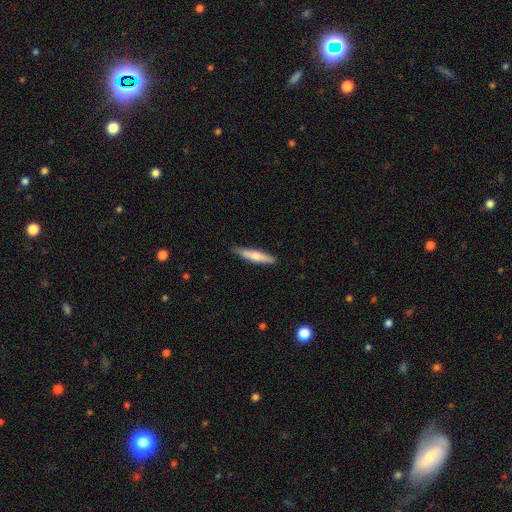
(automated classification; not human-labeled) Smooth or featured? Predicted: smooth (p=0.50). How rounded? Predicted: cigar-shaped (p=0.88). Merging? Predicted: none (p=0.84).